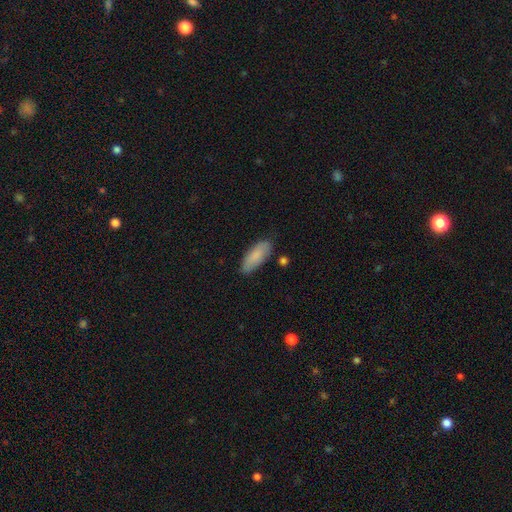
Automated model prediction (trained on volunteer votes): Smooth or featured: smooth — 83% (featured or disk — 11%)
How rounded: in between — 74% (cigar-shaped — 24%)
Merging: none — 78% (minor disturbance — 16%)